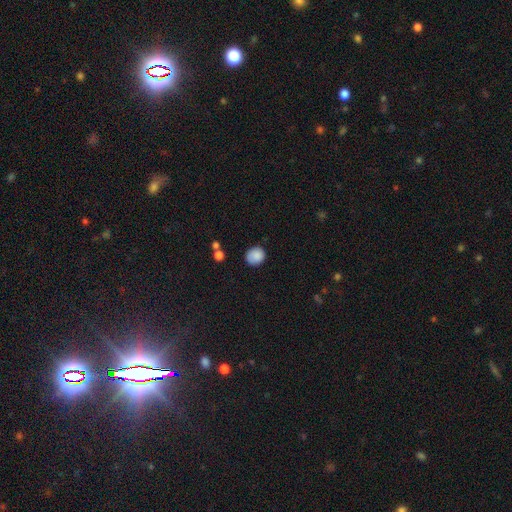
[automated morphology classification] Smooth or featured? smooth (87%)
How rounded? round (79%)
Merging? none (80%)